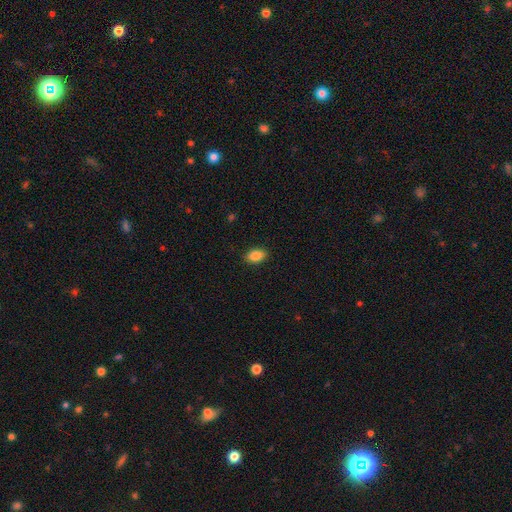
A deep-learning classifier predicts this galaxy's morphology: A smooth galaxy with no disk features (87%) that is in between round and cigar-shaped (88%). Merging: none (89%).